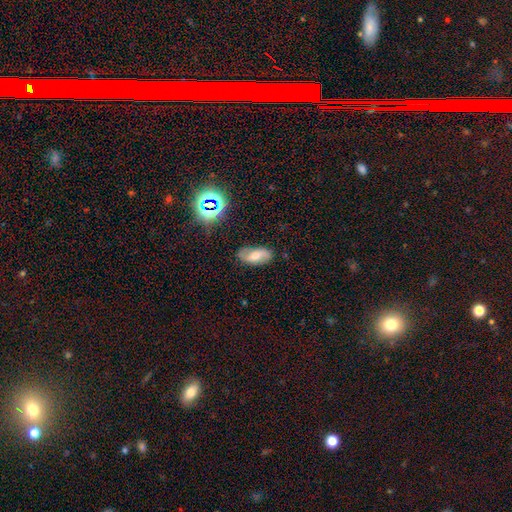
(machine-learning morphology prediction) type=featured or disk (49%); merging=none (79%).